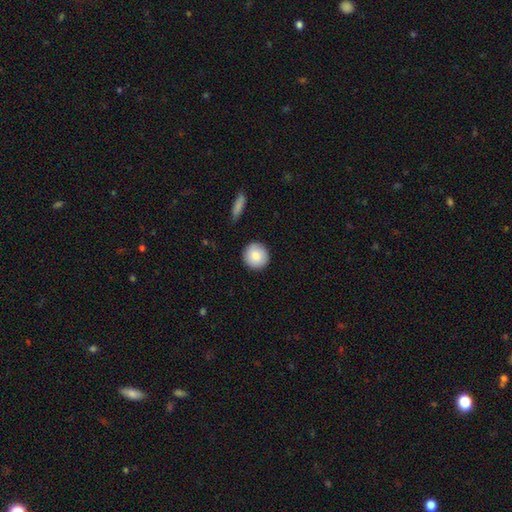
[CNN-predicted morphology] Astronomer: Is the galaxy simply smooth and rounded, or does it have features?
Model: smooth — 84%.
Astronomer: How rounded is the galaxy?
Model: round — 95%.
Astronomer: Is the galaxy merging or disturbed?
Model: none — 90%.